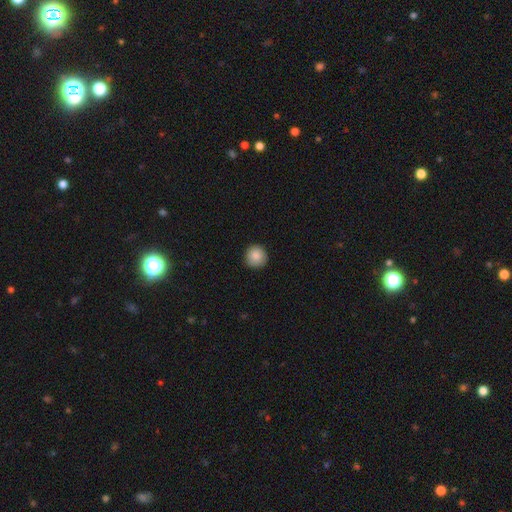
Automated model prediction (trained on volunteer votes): smooth_or_featured: smooth (p=0.87) [alt: star or artifact p=0.08]
how_rounded: round (p=0.95) [alt: in between p=0.04]
merging: none (p=0.90) [alt: minor disturbance p=0.07]